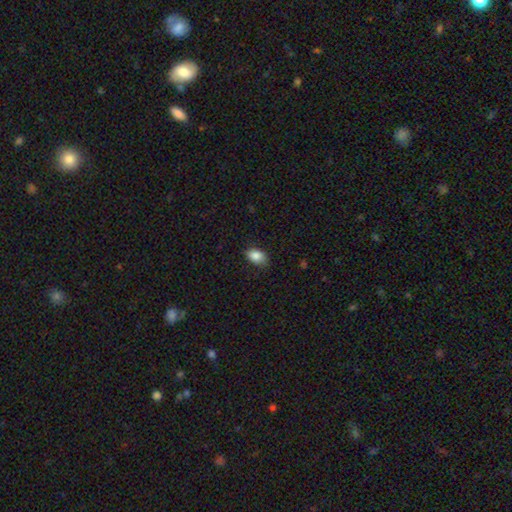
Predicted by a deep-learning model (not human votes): Smooth or featured? smooth (87%)
How rounded? in between (87%)
Merging? none (79%)